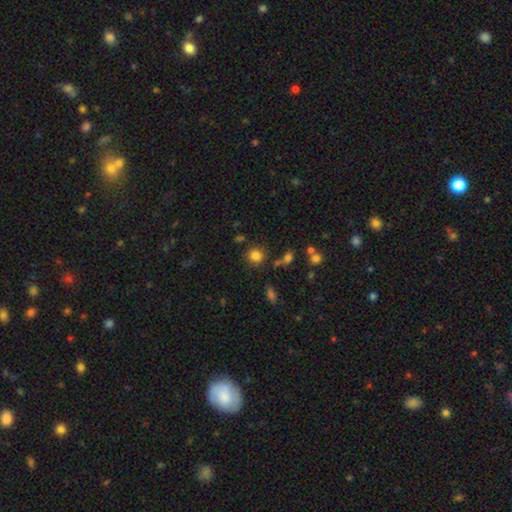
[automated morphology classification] Q: Smooth or featured?
A: smooth (82%); runner-up: star or artifact (12%)
Q: How rounded?
A: round (86%); runner-up: in between (13%)
Q: Merging?
A: none (78%); runner-up: minor disturbance (11%)